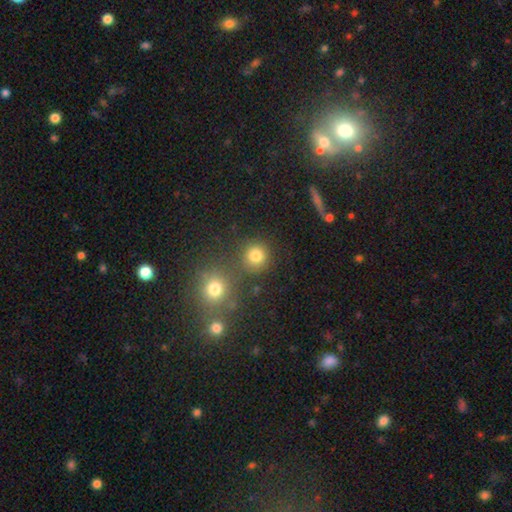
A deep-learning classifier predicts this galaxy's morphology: smooth-or-featured: smooth: 79% | star or artifact: 15% | featured or disk: 6%
  how-rounded: round: 91% | in between: 8% | cigar-shaped: 1%
  merging: none: 76% | merger: 13% | minor disturbance: 8% | major disturbance: 4%